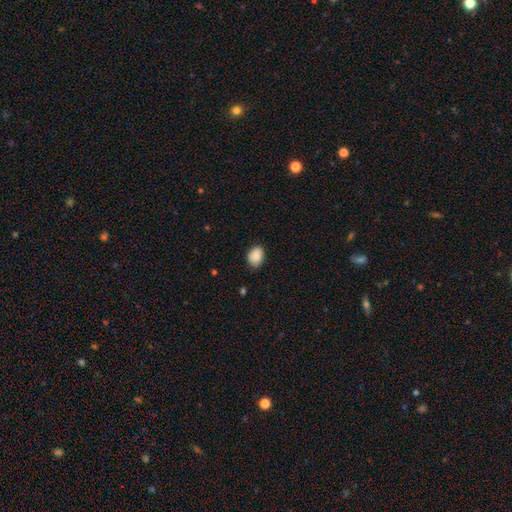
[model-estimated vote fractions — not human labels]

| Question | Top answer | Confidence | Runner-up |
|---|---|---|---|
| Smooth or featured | smooth | 88% | star or artifact (8%) |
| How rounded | in between | 66% | round (33%) |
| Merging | none | 77% | minor disturbance (19%) |